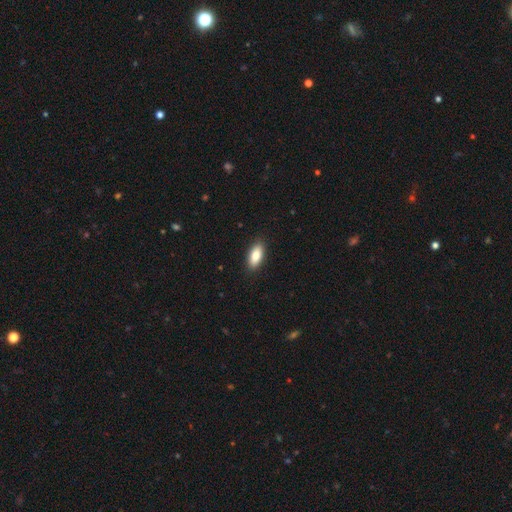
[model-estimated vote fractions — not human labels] Smooth or featured? smooth (85%)
How rounded? in between (87%)
Merging? none (89%)